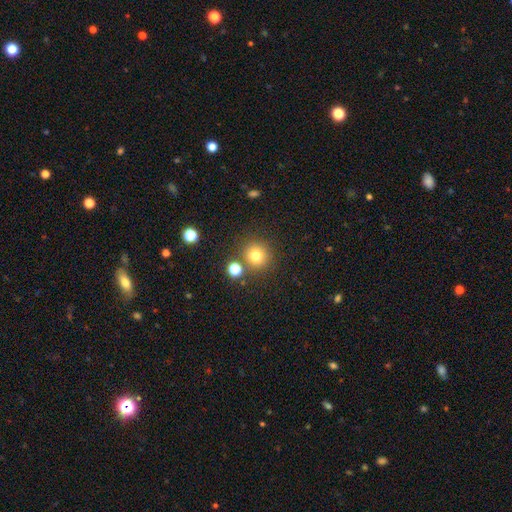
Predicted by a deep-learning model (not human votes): Smooth or featured: smooth — 76% (star or artifact — 16%)
How rounded: round — 93% (in between — 6%)
Merging: none — 80% (merger — 9%)